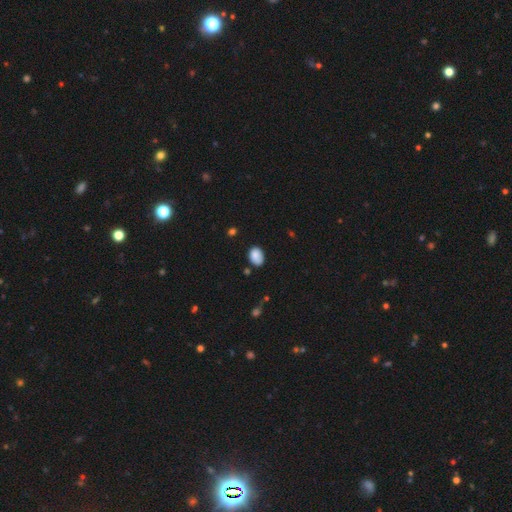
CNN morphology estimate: Smooth or featured?
  - smooth: 86% *
  - star or artifact: 8%
  - featured or disk: 6%
How rounded?
  - in between: 81% *
  - round: 18%
  - cigar-shaped: 1%
Merging?
  - none: 71% *
  - minor disturbance: 22%
  - major disturbance: 4%
  - merger: 3%